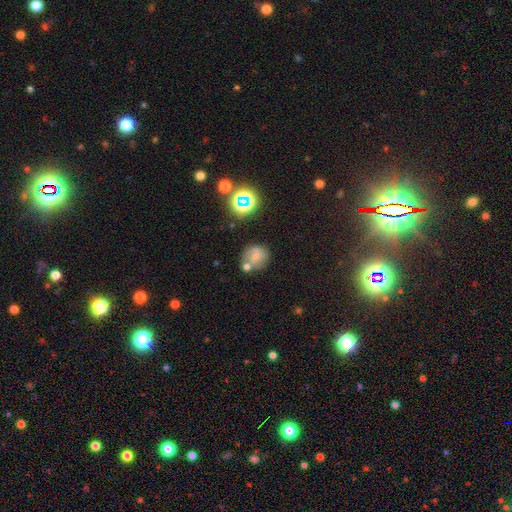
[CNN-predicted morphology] This is possibly a smooth galaxy (46%). Merging: possibly none (52%).